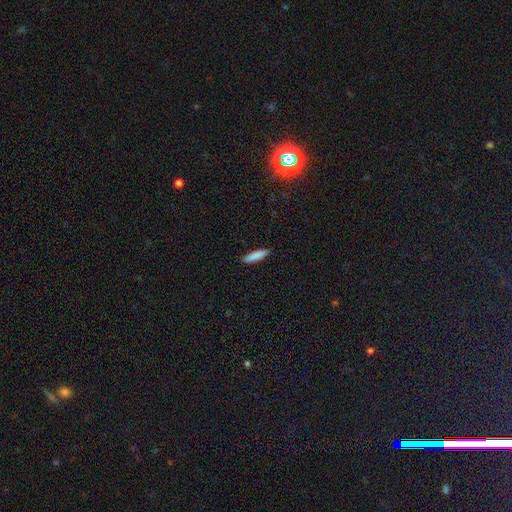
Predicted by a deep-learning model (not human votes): Smooth or featured? smooth (86%)
How rounded? cigar-shaped (79%)
Merging? none (90%)